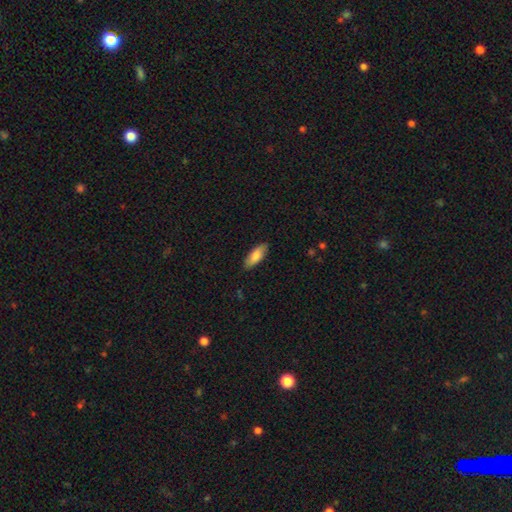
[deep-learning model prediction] A smooth galaxy with no disk features (81%) that is in between round and cigar-shaped (73%).

Vote fractions:
- Smooth or featured? smooth: 81% / featured or disk: 13% / star or artifact: 6%
- How rounded? in between: 73% / cigar-shaped: 25% / round: 2%
- Merging? none: 86% / minor disturbance: 11% / major disturbance: 2% / merger: 1%